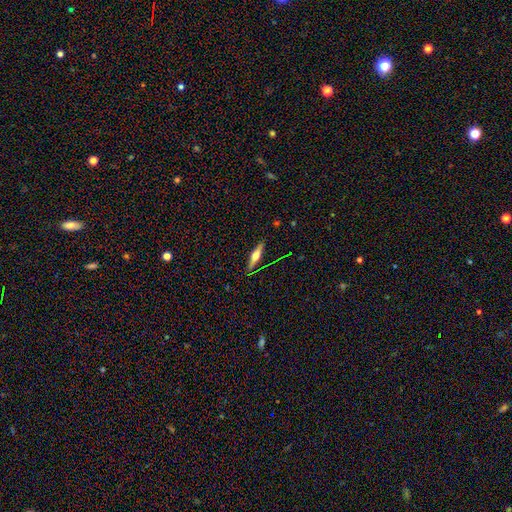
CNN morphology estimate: Smooth or featured: featured or disk — 56% (smooth — 37%)
Edge-on disk: yes — 94% (no — 6%)
Edge-on bulge: rounded — 92% (boxy — 5%)
Merging: none — 86% (minor disturbance — 10%)